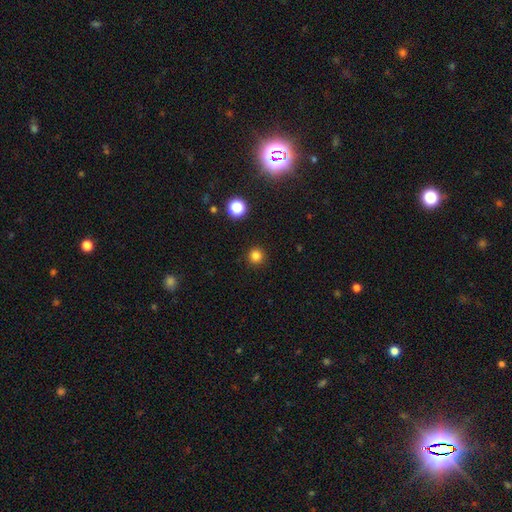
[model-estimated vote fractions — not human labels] This appears to be a smooth galaxy with no disk features (82%) that is round (96%). Merging: none (92%).